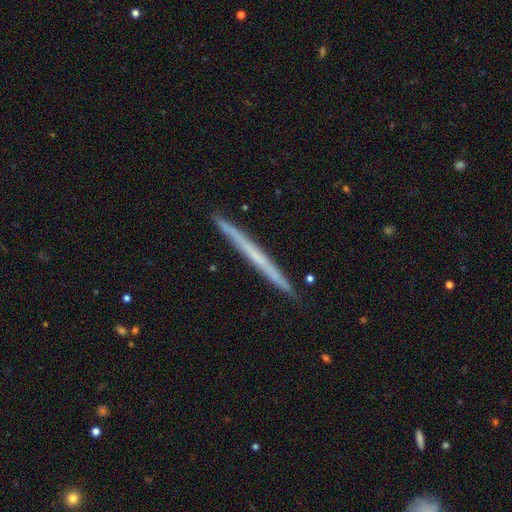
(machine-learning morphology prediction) This appears to be a featured or disk galaxy (52%) viewed edge-on (98%) with no central bulge (92%). Merging: none (92%).